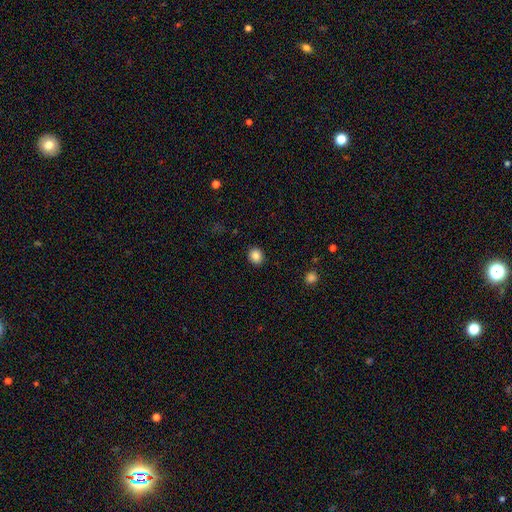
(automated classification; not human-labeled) A smooth galaxy with no disk features (84%) that is round (74%). Merging: none (90%).